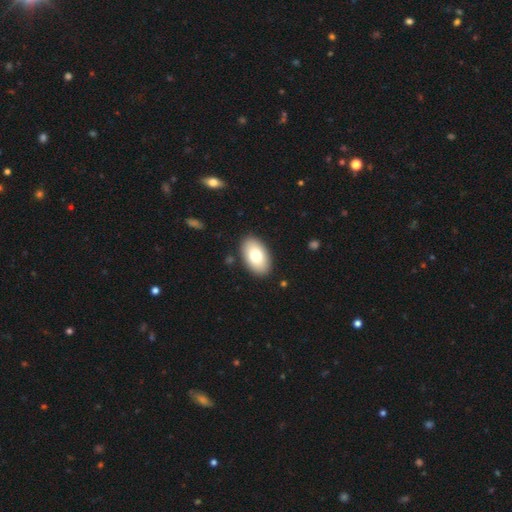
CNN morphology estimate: smooth-or-featured: smooth: 77% | featured or disk: 16% | star or artifact: 7%
  how-rounded: in between: 94% | round: 5% | cigar-shaped: 1%
  merging: none: 89% | minor disturbance: 8% | major disturbance: 2% | merger: 1%